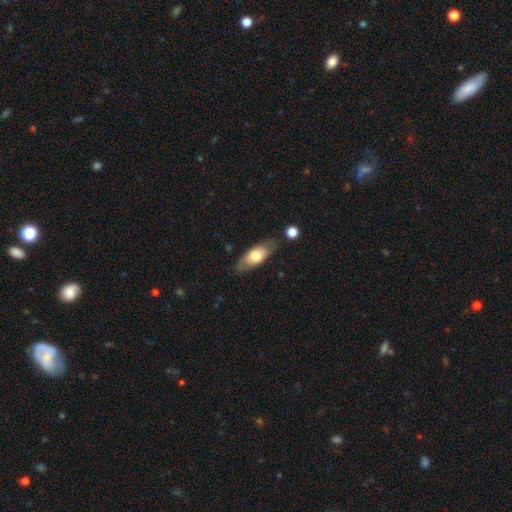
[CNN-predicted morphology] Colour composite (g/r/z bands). It shows a smooth galaxy with no disk features (64%) that is in between round and cigar-shaped (78%). Merging: none (77%).